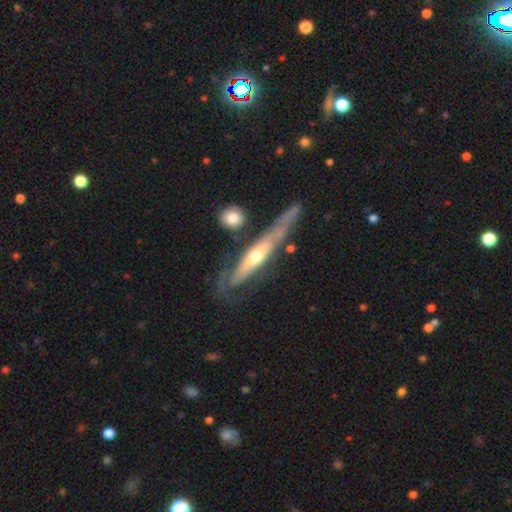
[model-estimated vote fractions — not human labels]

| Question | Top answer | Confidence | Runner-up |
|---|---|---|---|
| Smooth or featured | featured or disk | 73% | smooth (22%) |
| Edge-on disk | yes | 65% | no (35%) |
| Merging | none | 58% | minor disturbance (23%) |